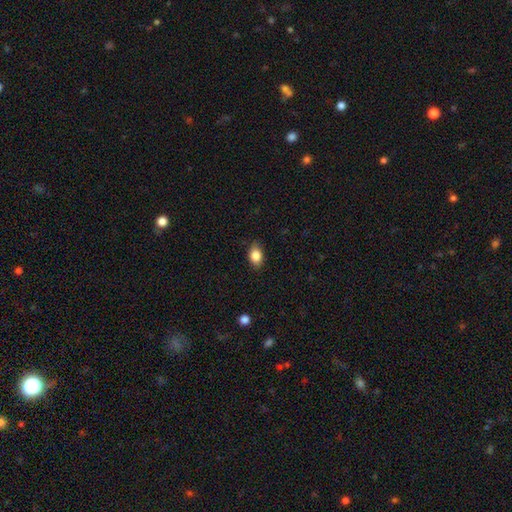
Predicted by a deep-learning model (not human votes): Smooth or featured? Predicted: smooth (p=0.85). How rounded? Predicted: in between (p=0.80). Merging? Predicted: none (p=0.83).